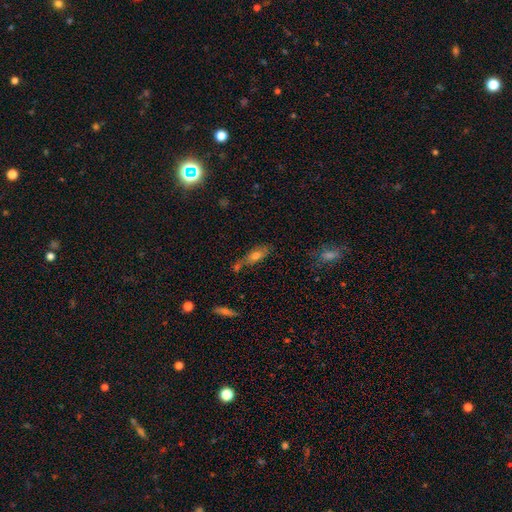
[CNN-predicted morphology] This appears to be a smooth galaxy with no disk features (65%) that is in between round and cigar-shaped (61%). Merging: none (53%).